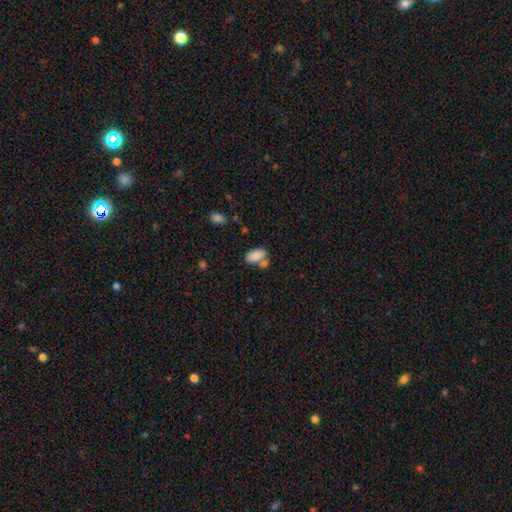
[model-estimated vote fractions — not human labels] The model was most divided on "merging": none: 49%, merger: 32%, minor disturbance: 14%, major disturbance: 5%. More confident: how rounded — in between (92%); smooth or featured — smooth (85%).